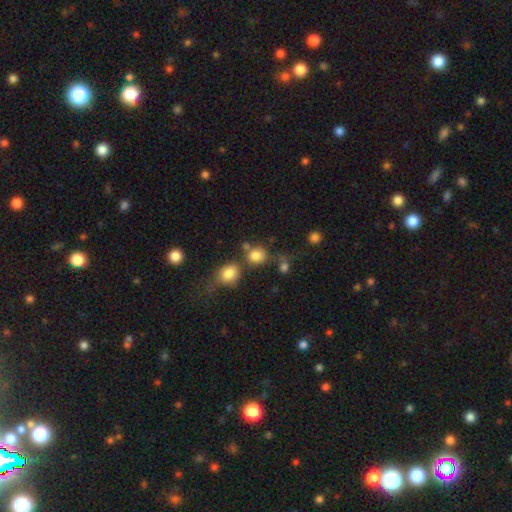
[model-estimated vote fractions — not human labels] This is clearly a smooth galaxy (82%). How rounded: likely round (74%). Merging: possibly none (54%).